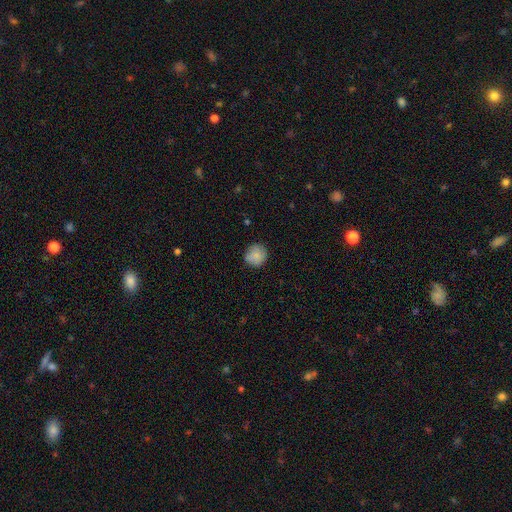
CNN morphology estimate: Q: Smooth or featured?
A: smooth (84%); runner-up: featured or disk (9%)
Q: How rounded?
A: round (90%); runner-up: in between (9%)
Q: Merging?
A: none (80%); runner-up: minor disturbance (16%)